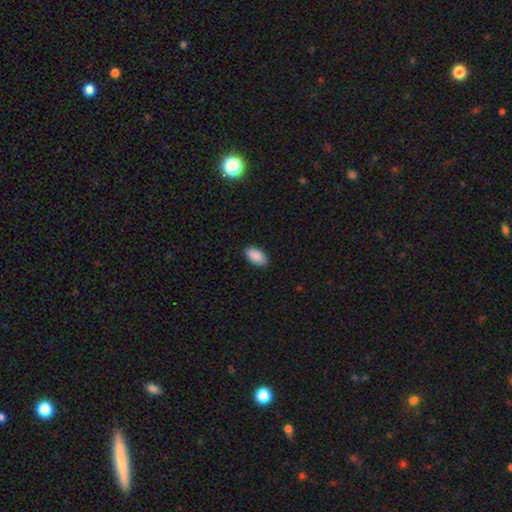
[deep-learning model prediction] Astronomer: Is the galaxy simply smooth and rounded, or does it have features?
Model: smooth — 91%.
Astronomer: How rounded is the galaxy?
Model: in between — 95%.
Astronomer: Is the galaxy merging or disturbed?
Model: none — 89%.